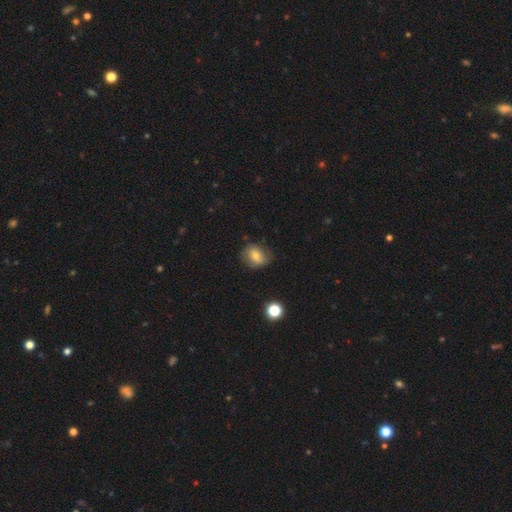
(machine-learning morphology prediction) A smooth galaxy with no disk features (68%) that is in between round and cigar-shaped (54%).

Vote fractions:
- Smooth or featured? smooth: 68% / featured or disk: 22% / star or artifact: 10%
- How rounded? in between: 54% / round: 44% / cigar-shaped: 1%
- Merging? none: 64% / minor disturbance: 26% / major disturbance: 8% / merger: 2%